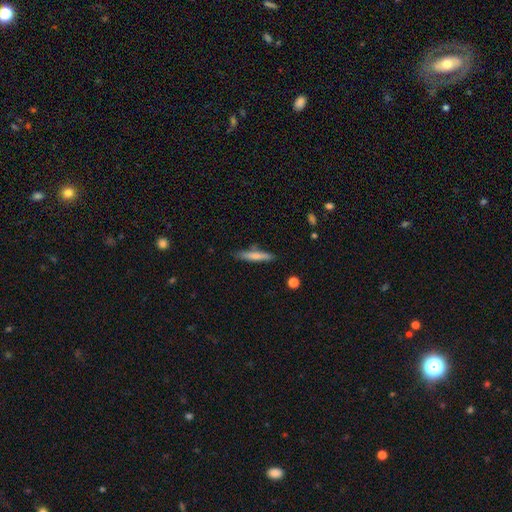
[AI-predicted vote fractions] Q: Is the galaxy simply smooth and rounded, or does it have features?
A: smooth — 70%.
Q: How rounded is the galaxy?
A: cigar-shaped — 90%.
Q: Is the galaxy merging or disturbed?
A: none — 82%.